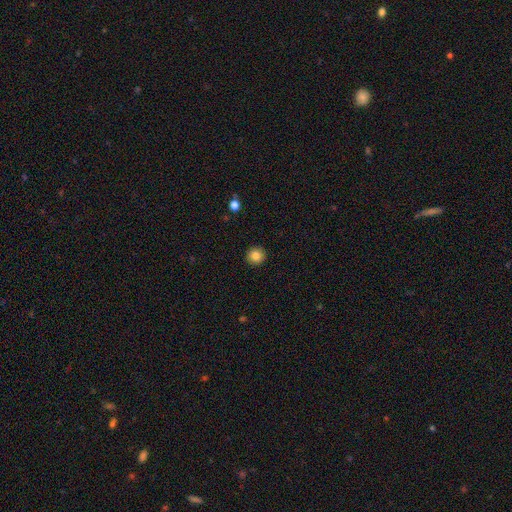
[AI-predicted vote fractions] smooth 84%, star or artifact 10%, featured or disk 6%. Down the decision tree: how rounded — round (94%); merging — none (93%).